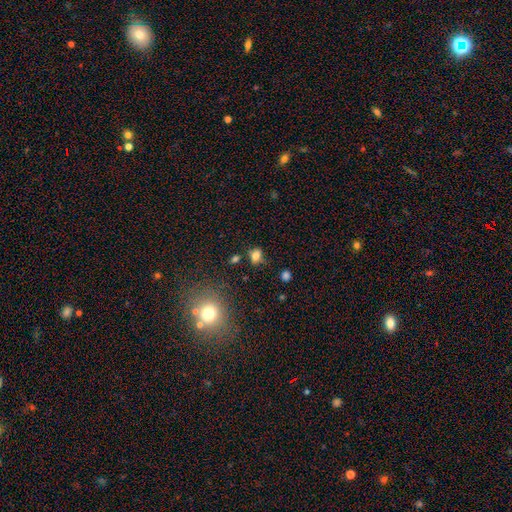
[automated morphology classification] Smooth or featured: smooth — 76% (star or artifact — 14%)
How rounded: in between — 62% (round — 36%)
Merging: none — 65% (minor disturbance — 20%)